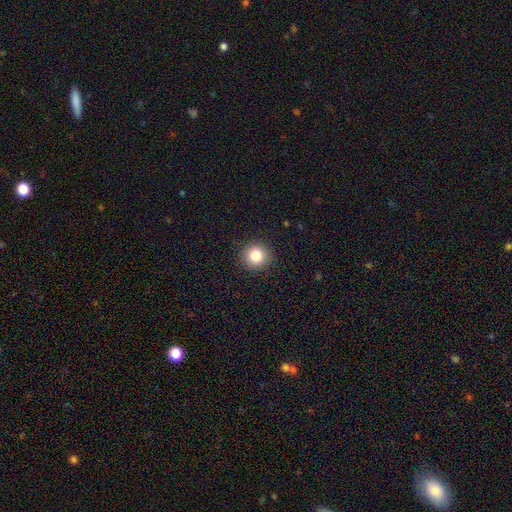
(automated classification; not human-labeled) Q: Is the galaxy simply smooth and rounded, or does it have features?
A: smooth — 84%.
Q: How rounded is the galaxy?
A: round — 93%.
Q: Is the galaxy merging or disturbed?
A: none — 92%.